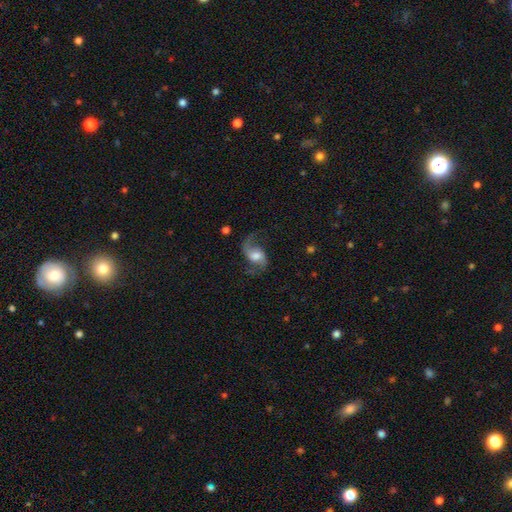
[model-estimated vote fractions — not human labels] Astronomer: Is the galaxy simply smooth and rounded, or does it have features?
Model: featured or disk — 78%.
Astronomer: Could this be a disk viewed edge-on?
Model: no — 97%.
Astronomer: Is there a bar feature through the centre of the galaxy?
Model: no — 43%, tied with weak at 43%.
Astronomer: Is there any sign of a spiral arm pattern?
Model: yes — 95%.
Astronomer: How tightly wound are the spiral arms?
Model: loose — 71%.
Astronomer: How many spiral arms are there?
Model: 2 — 87%.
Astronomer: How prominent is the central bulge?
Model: moderate — 50% (runner-up: large, 26%).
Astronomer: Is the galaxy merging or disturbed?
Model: none — 63%.